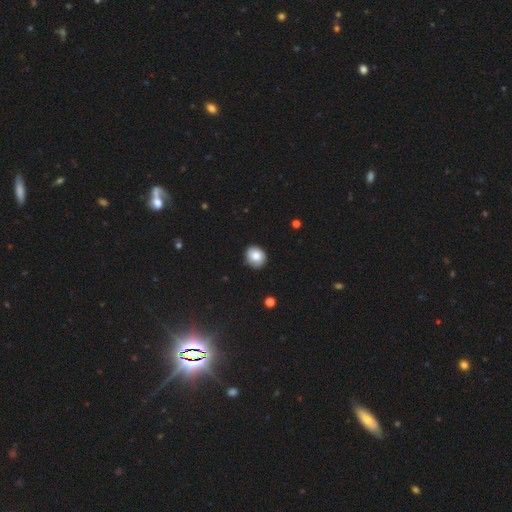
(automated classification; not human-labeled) smooth-or-featured: smooth: 81% | featured or disk: 10% | star or artifact: 9%
  how-rounded: round: 70% | in between: 29% | cigar-shaped: 1%
  merging: none: 85% | minor disturbance: 12% | major disturbance: 2% | merger: 1%